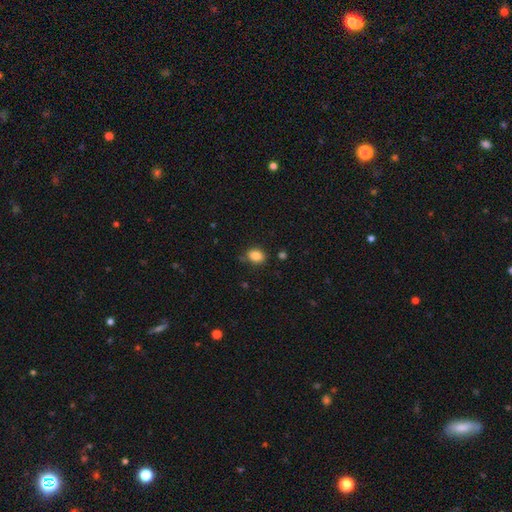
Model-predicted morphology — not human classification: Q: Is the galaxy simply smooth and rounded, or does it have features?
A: smooth — 85%.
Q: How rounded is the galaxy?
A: in between — 67%.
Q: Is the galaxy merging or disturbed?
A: none — 77%.